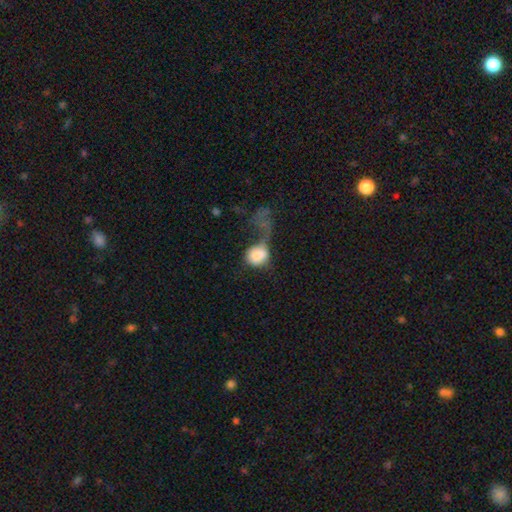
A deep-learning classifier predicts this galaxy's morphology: Smooth or featured: smooth — 75% (featured or disk — 17%)
How rounded: round — 55% (in between — 44%)
Merging: major disturbance — 58% (merger — 17%)